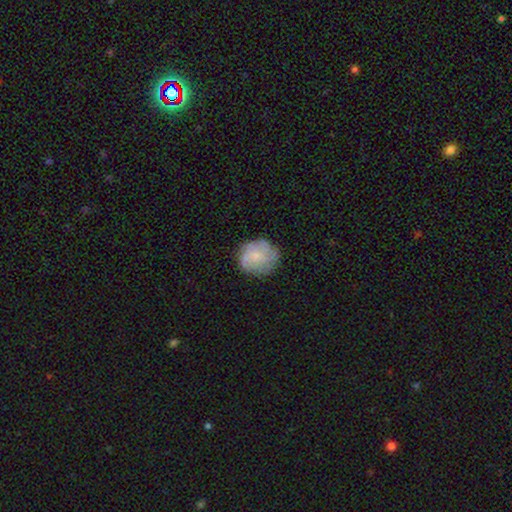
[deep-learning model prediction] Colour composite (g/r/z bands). It shows a smooth galaxy with no disk features (50%). Merging: none (73%).